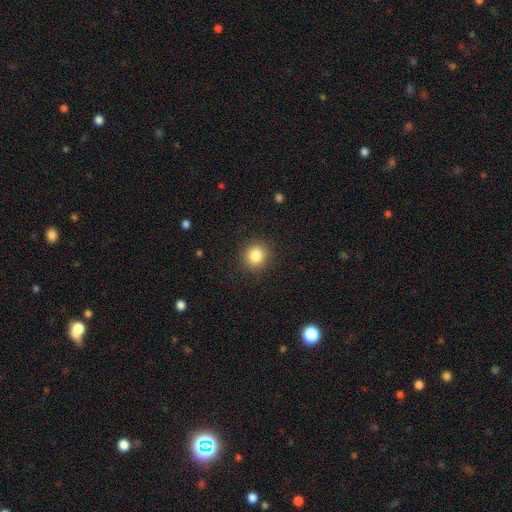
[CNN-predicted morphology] Q: Smooth or featured?
A: smooth (84%); runner-up: star or artifact (10%)
Q: How rounded?
A: round (89%); runner-up: in between (10%)
Q: Merging?
A: none (90%); runner-up: minor disturbance (6%)